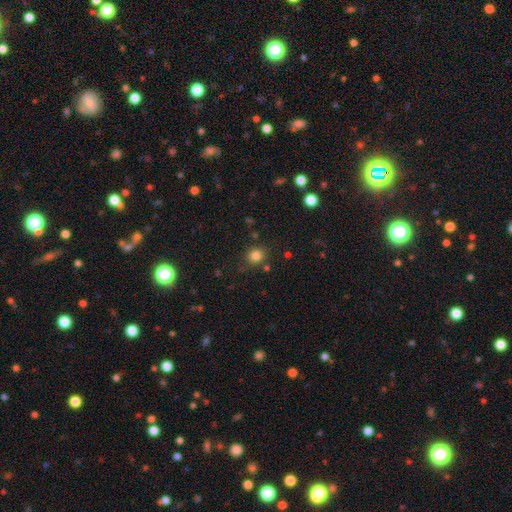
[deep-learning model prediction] Smooth or featured? smooth (81%)
How rounded? round (82%)
Merging? none (82%)